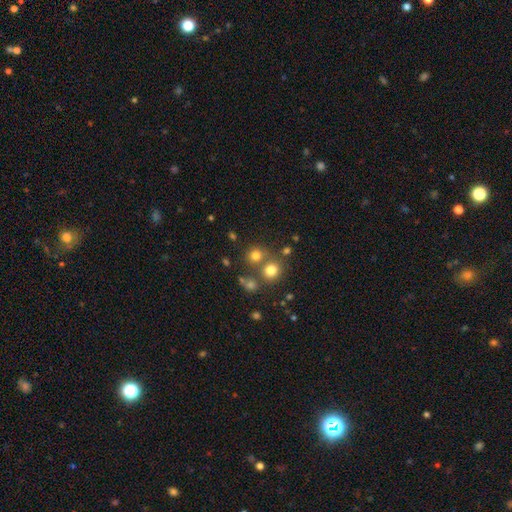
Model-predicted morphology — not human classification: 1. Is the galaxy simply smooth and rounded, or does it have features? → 74% smooth, 17% star or artifact, 8% featured or disk.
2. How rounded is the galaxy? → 85% round, 14% in between, 1% cigar-shaped.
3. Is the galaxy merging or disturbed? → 63% none, 25% merger, 8% minor disturbance, 4% major disturbance.